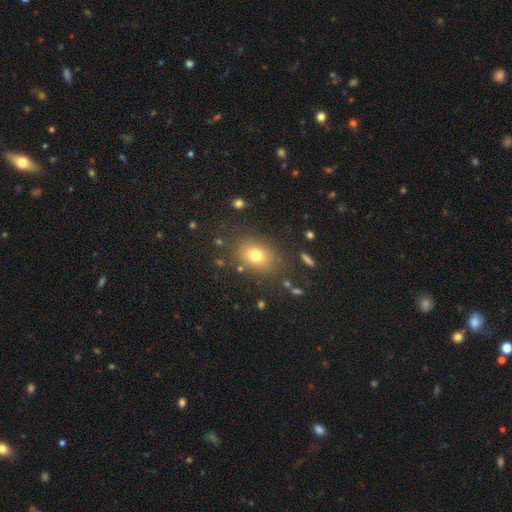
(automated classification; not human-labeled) smooth 76%, star or artifact 13%, featured or disk 11%. Down the decision tree: how rounded — in between (61%); merging — none (82%).